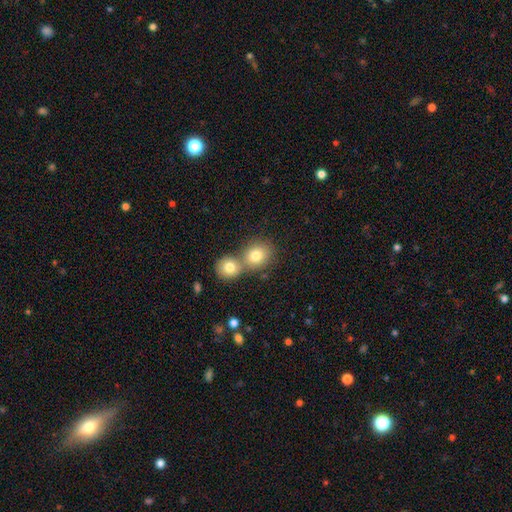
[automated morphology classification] This appears to be a smooth galaxy with no disk features (79%) that is round (77%). Merging: merger (47%).